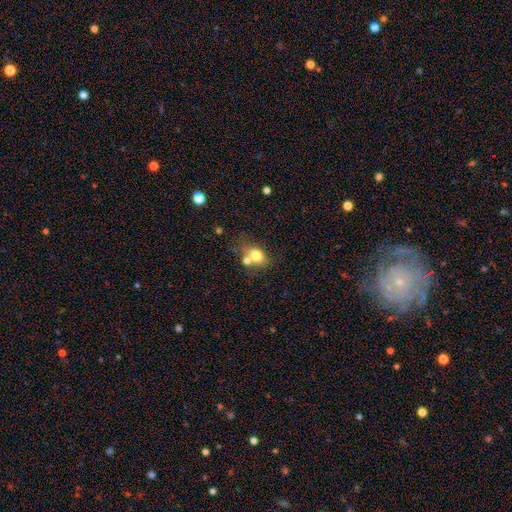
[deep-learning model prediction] Smooth or featured?
  - smooth: 75% *
  - featured or disk: 15%
  - star or artifact: 10%
How rounded?
  - in between: 63% *
  - round: 35%
  - cigar-shaped: 2%
Merging?
  - none: 44% *
  - merger: 37%
  - minor disturbance: 14%
  - major disturbance: 6%